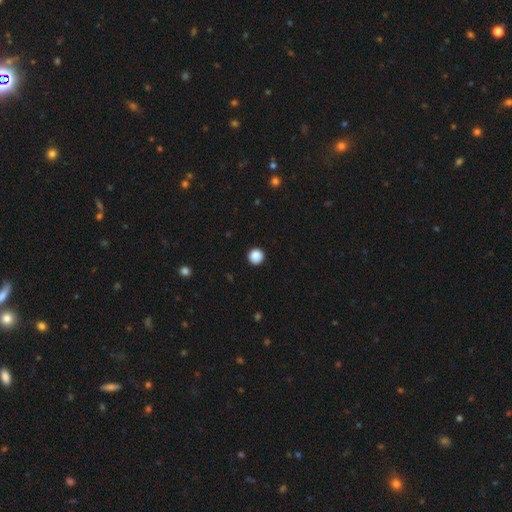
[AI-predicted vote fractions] Smooth or featured: smooth — 88% (star or artifact — 9%)
How rounded: round — 94% (in between — 5%)
Merging: none — 92% (minor disturbance — 5%)